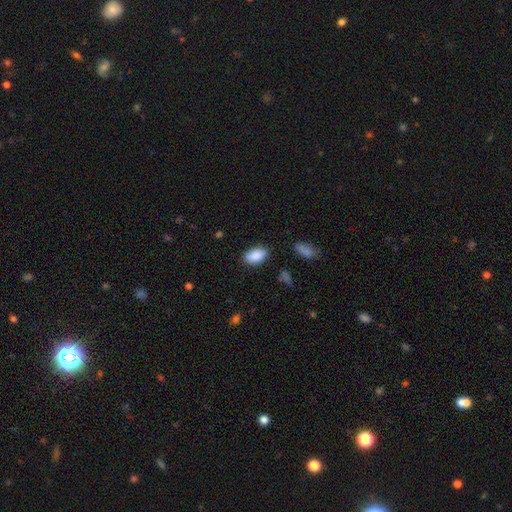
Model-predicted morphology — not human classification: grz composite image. It shows a smooth galaxy with no disk features (88%) that is in between round and cigar-shaped (92%). Merging: none (83%).